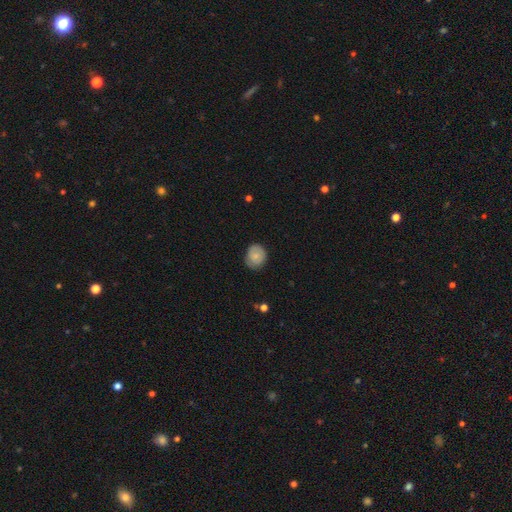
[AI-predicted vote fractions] A smooth galaxy with no disk features (79%) that is round (68%). Merging: none (75%).